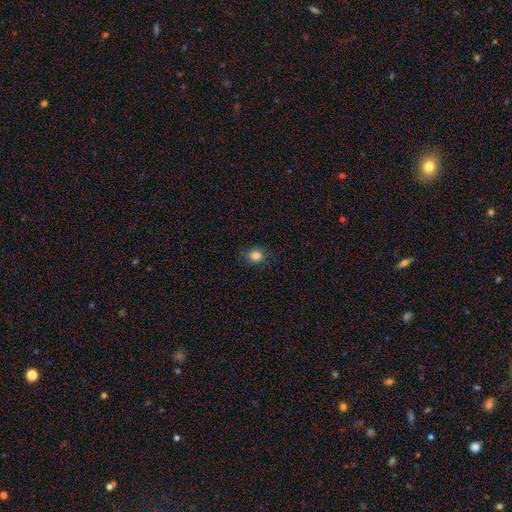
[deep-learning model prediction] This appears to be a smooth galaxy with no disk features (84%) that is round (72%). Merging: none (84%).